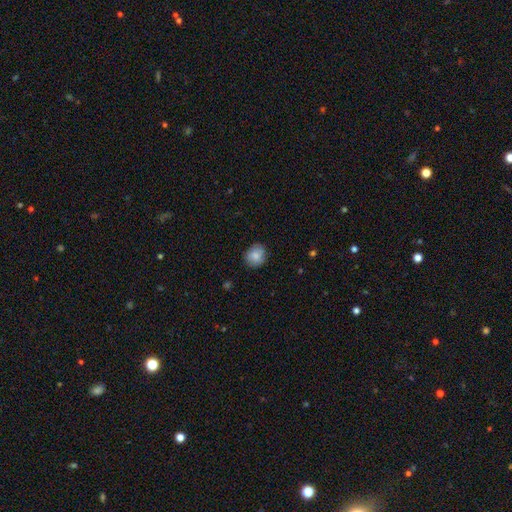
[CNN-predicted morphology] Smooth or featured?
  - smooth: 83% *
  - featured or disk: 9%
  - star or artifact: 8%
How rounded?
  - round: 69% *
  - in between: 30%
  - cigar-shaped: 1%
Merging?
  - none: 81% *
  - minor disturbance: 15%
  - major disturbance: 3%
  - merger: 1%